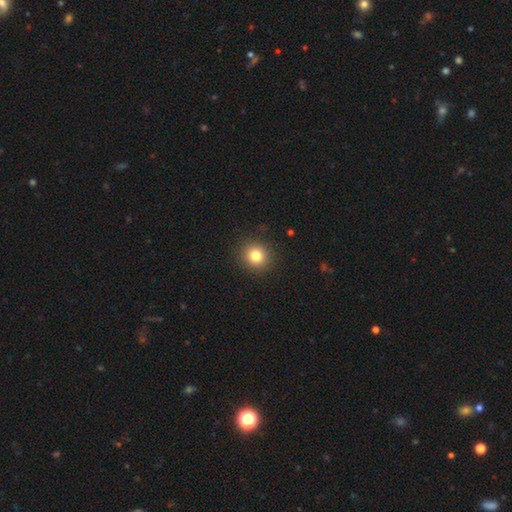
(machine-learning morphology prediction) Smooth or featured: smooth — 82% (star or artifact — 11%)
How rounded: round — 89% (in between — 10%)
Merging: none — 91% (minor disturbance — 6%)